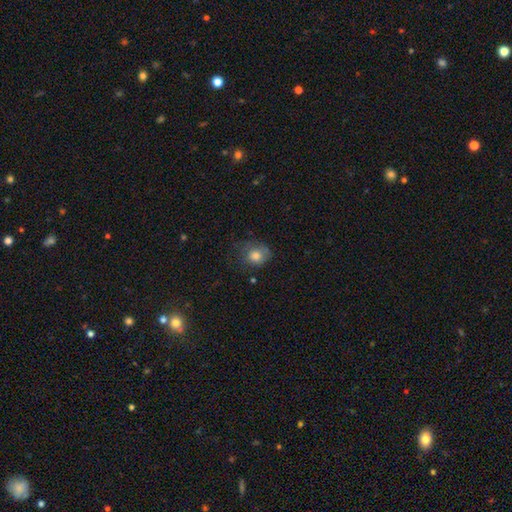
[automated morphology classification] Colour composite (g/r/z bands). It shows a smooth galaxy with no disk features (78%) that is round (60%). Merging: none (49%).